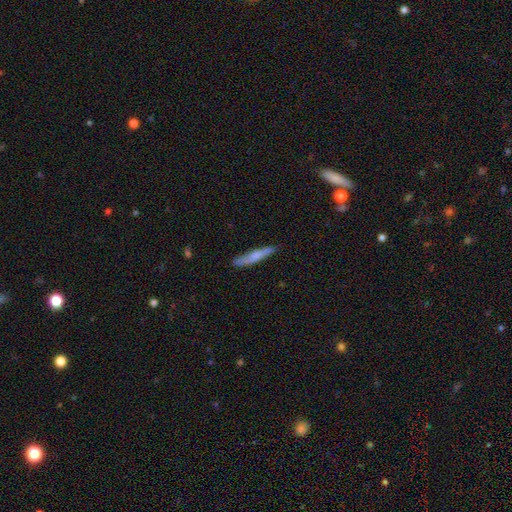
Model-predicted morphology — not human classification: Smooth or featured?
  - smooth: 63% *
  - featured or disk: 32%
  - star or artifact: 6%
How rounded?
  - cigar-shaped: 92% *
  - in between: 6%
  - round: 1%
Merging?
  - none: 82% *
  - minor disturbance: 14%
  - major disturbance: 2%
  - merger: 2%